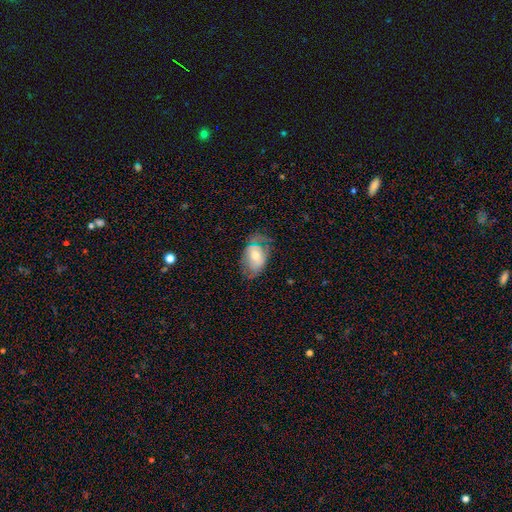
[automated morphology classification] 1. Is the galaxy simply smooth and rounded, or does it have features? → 52% smooth, 40% featured or disk, 8% star or artifact.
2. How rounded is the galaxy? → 86% in between, 12% round, 2% cigar-shaped.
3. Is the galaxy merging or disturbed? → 55% none, 28% minor disturbance, 15% major disturbance, 2% merger.